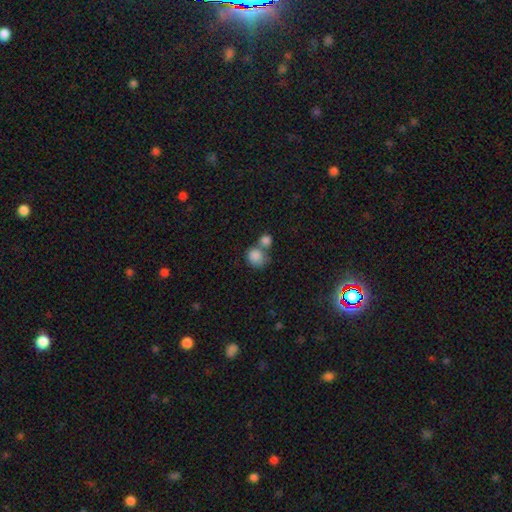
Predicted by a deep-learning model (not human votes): Smooth or featured? Predicted: smooth (p=0.85). How rounded? Predicted: round (p=0.73). Merging? Predicted: merger (p=0.51).